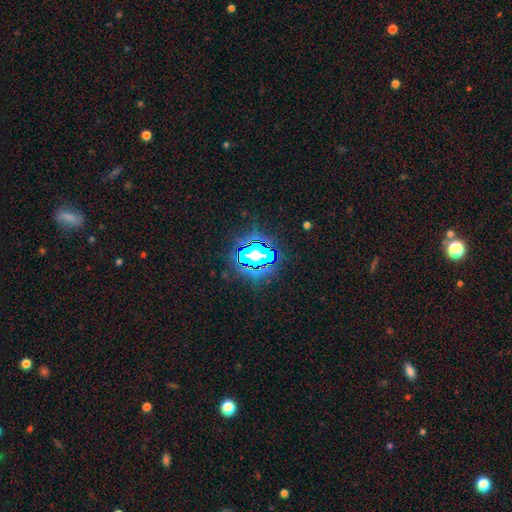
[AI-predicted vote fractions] Q: Smooth or featured?
A: star or artifact (74%); runner-up: smooth (15%)